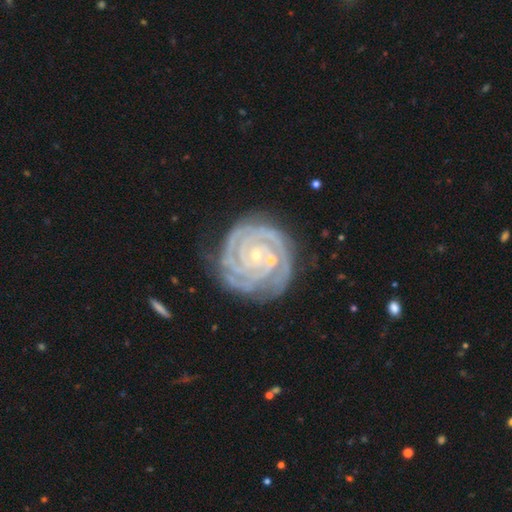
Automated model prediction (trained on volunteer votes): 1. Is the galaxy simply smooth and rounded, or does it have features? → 91% featured or disk, 5% star or artifact, 3% smooth.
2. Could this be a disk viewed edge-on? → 98% no, 2% yes.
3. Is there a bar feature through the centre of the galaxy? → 71% no, 18% weak, 11% strong.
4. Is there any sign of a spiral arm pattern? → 99% yes, 1% no.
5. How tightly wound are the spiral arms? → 89% tight, 10% medium, 1% loose.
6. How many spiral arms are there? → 30% 3, 22% 2, 21% 4, 13% can't tell, 8% more than 4, 6% 1.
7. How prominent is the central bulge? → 83% small, 13% moderate, 2% none, 1% large, 1% dominant.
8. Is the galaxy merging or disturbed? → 74% none, 18% minor disturbance, 5% major disturbance, 3% merger.